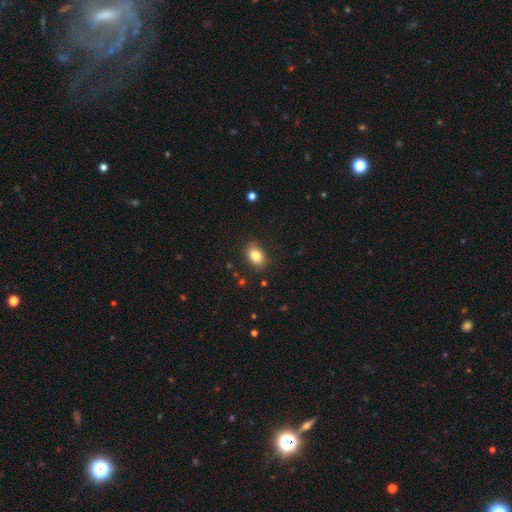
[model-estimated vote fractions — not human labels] smooth_or_featured: smooth (p=0.84) [alt: star or artifact p=0.08]
how_rounded: in between (p=0.80) [alt: round p=0.19]
merging: none (p=0.86) [alt: minor disturbance p=0.10]